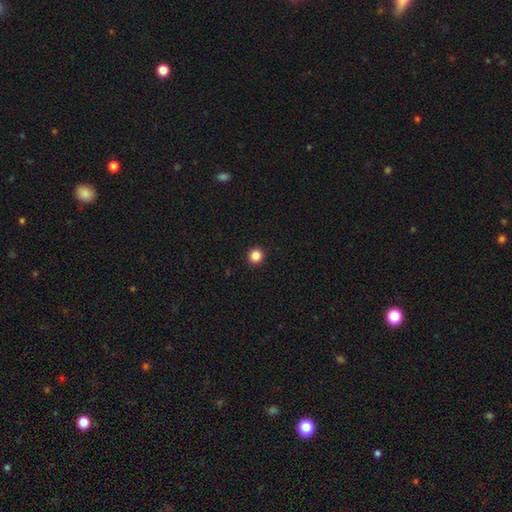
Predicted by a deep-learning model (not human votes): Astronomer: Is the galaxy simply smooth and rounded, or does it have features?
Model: smooth — 86%.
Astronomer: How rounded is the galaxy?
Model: round — 94%.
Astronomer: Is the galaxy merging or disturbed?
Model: none — 93%.